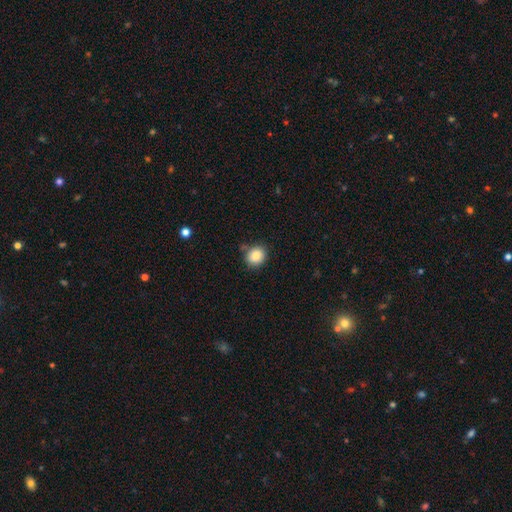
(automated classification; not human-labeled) smooth-or-featured: smooth: 87% | star or artifact: 9% | featured or disk: 5%
  how-rounded: round: 73% | in between: 26% | cigar-shaped: 1%
  merging: none: 79% | minor disturbance: 13% | merger: 5% | major disturbance: 3%